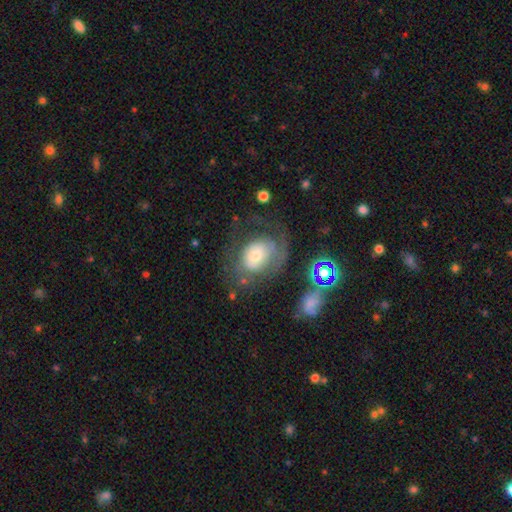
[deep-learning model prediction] A featured or disk galaxy (57%) with no bar (76%), spiral arms (70%) and a moderate central bulge (44%). Merging: none (42%).